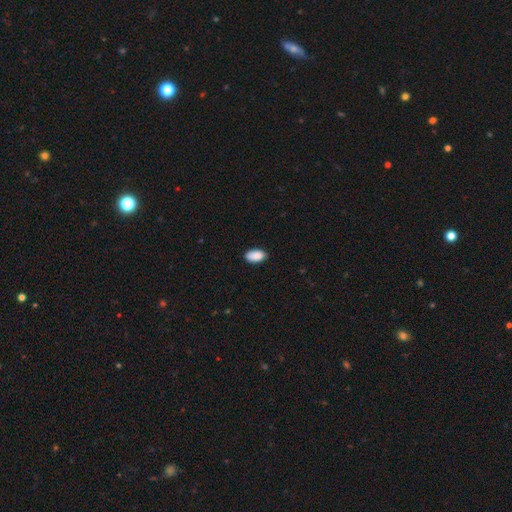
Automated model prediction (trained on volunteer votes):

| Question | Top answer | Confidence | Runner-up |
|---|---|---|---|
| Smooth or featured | smooth | 90% | star or artifact (7%) |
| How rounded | in between | 94% | round (4%) |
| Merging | none | 86% | minor disturbance (12%) |